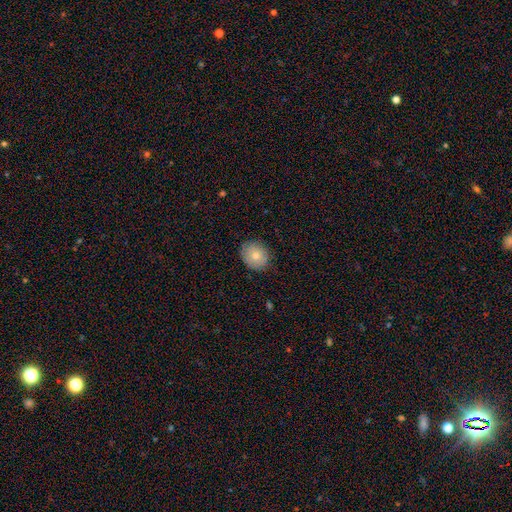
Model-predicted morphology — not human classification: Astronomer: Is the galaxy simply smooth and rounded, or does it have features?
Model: smooth — 76%.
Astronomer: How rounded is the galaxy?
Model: round — 69%.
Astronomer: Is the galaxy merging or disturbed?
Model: none — 82%.